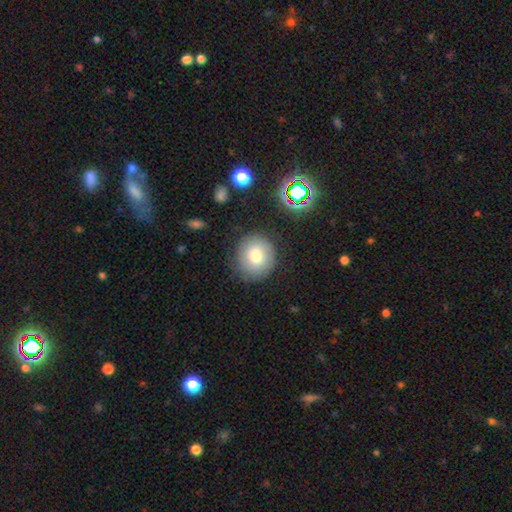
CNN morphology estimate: A smooth galaxy with no disk features (76%) that is round (84%).

Vote fractions:
- Smooth or featured? smooth: 76% / featured or disk: 13% / star or artifact: 11%
- How rounded? round: 84% / in between: 15% / cigar-shaped: 1%
- Merging? none: 83% / minor disturbance: 12% / major disturbance: 4% / merger: 2%